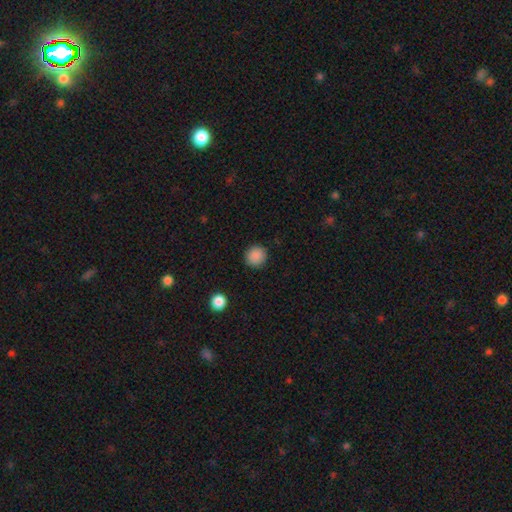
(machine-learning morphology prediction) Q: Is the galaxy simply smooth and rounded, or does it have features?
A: smooth — 88%.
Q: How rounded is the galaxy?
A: round — 92%.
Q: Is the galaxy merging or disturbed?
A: none — 91%.